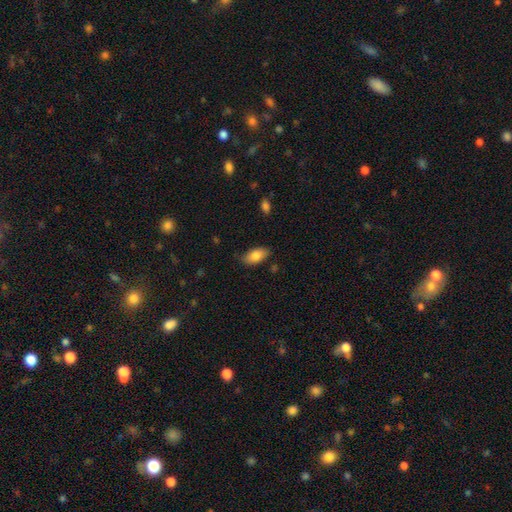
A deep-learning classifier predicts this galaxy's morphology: A smooth galaxy with no disk features (84%) that is in between round and cigar-shaped (92%). Merging: none (82%).